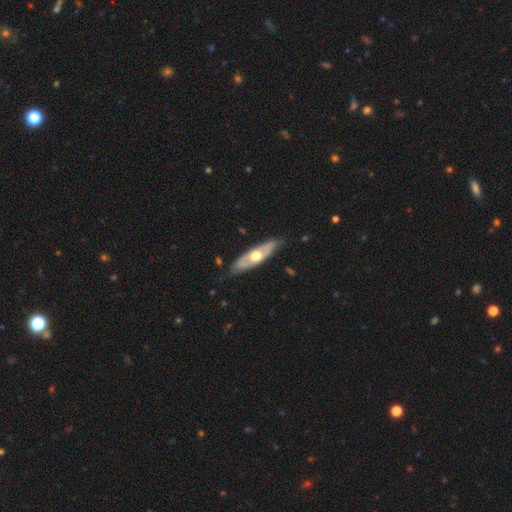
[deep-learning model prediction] This appears to be a featured or disk galaxy (60%). Merging: none (77%).